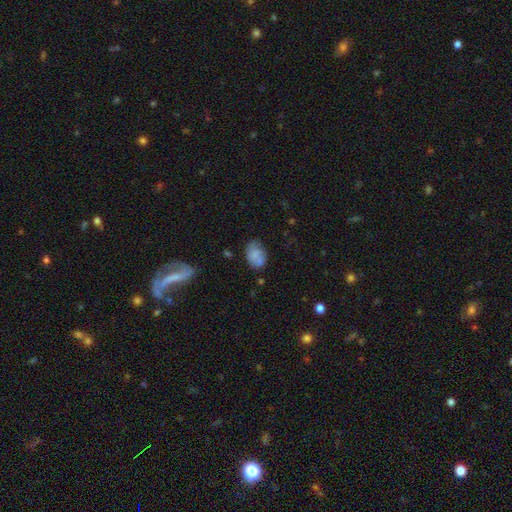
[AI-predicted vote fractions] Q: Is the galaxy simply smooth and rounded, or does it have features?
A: smooth — 71%.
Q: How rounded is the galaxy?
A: in between — 77%.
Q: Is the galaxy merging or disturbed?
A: none — 57%.